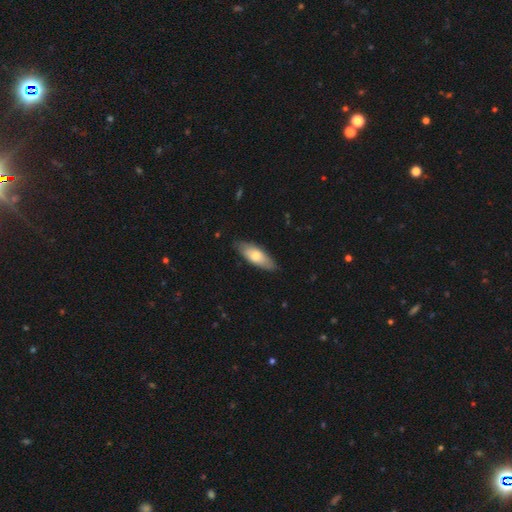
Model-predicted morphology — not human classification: Q: Smooth or featured?
A: smooth (66%); runner-up: featured or disk (28%)
Q: How rounded?
A: in between (74%); runner-up: cigar-shaped (24%)
Q: Merging?
A: none (82%); runner-up: minor disturbance (14%)